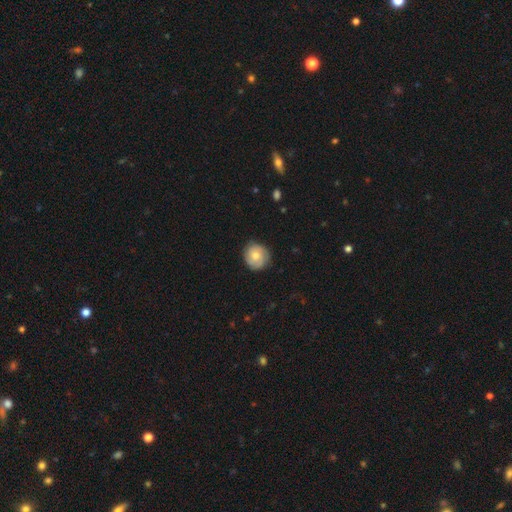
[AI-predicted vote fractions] Morphology: type=smooth (57%); roundness=round (89%); merging=none (80%).